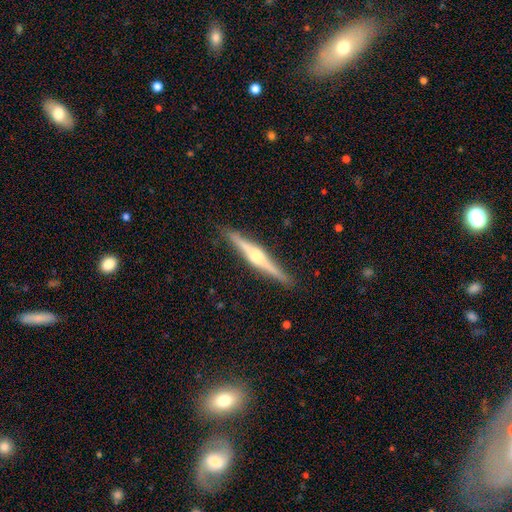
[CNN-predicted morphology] Smooth or featured: featured or disk — 80% (smooth — 15%)
Edge-on disk: yes — 98% (no — 2%)
Edge-on bulge: rounded — 85% (boxy — 9%)
Merging: none — 91% (minor disturbance — 6%)